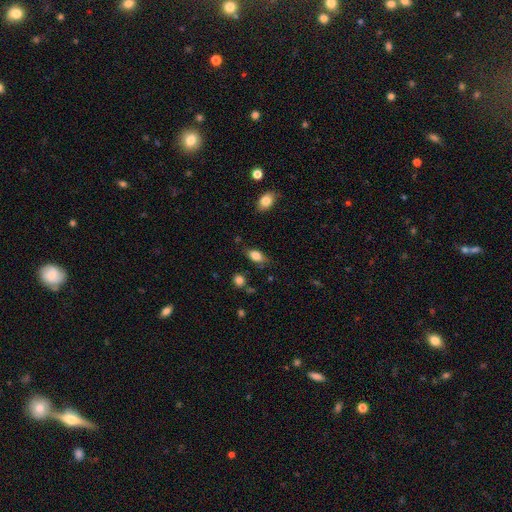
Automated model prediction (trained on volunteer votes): A smooth galaxy with no disk features (81%) that is in between round and cigar-shaped (86%).

Vote fractions:
- Smooth or featured? smooth: 81% / featured or disk: 11% / star or artifact: 8%
- How rounded? in between: 86% / round: 8% / cigar-shaped: 6%
- Merging? none: 75% / minor disturbance: 19% / major disturbance: 4% / merger: 2%